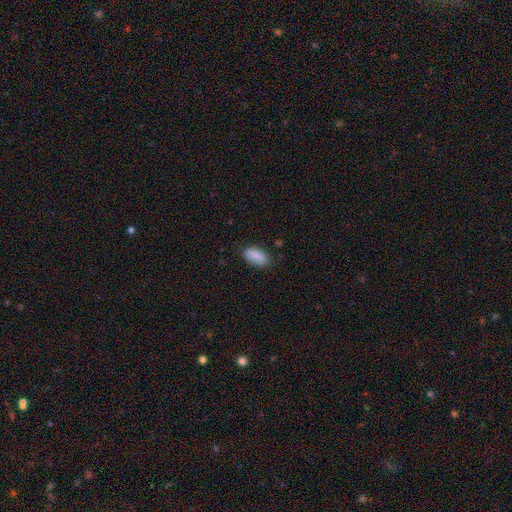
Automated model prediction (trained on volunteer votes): smooth 85%, featured or disk 8%, star or artifact 7%. Down the decision tree: how rounded — in between (92%); merging — none (79%).